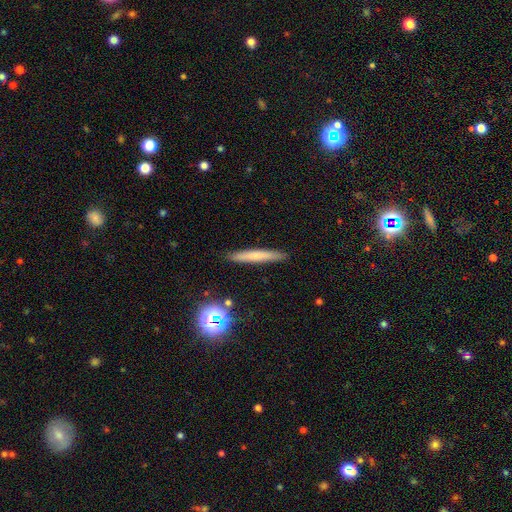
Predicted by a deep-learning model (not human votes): This appears to be a smooth galaxy with no disk features (63%) that is cigar-shaped (94%). Merging: none (89%).